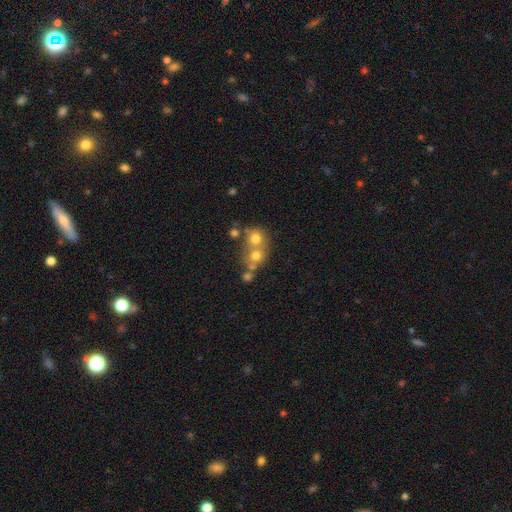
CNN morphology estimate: Smooth or featured? smooth (66%)
How rounded? round (81%)
Merging? merger (51%)